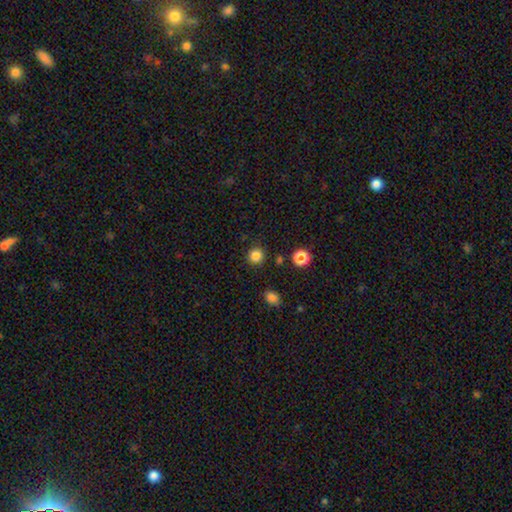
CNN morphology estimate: Q: Smooth or featured?
A: smooth (84%); runner-up: star or artifact (13%)
Q: How rounded?
A: round (93%); runner-up: in between (6%)
Q: Merging?
A: none (89%); runner-up: minor disturbance (6%)